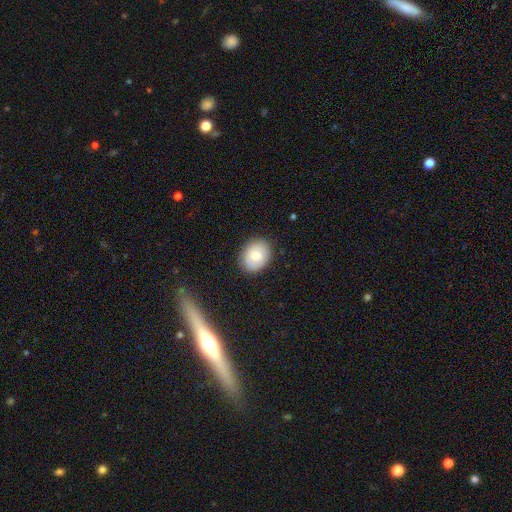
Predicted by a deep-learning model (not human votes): A smooth galaxy with no disk features (79%) that is in between round and cigar-shaped (51%).

Vote fractions:
- Smooth or featured? smooth: 79% / featured or disk: 14% / star or artifact: 8%
- How rounded? in between: 51% / round: 48% / cigar-shaped: 1%
- Merging? none: 86% / minor disturbance: 10% / major disturbance: 2% / merger: 1%